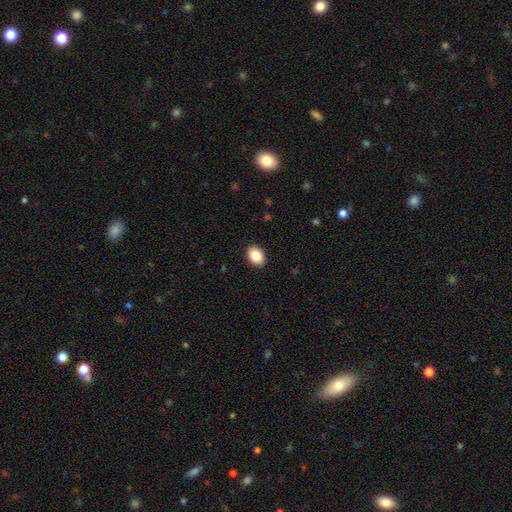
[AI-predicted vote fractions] Q: Smooth or featured?
A: smooth (86%); runner-up: star or artifact (8%)
Q: How rounded?
A: in between (72%); runner-up: round (27%)
Q: Merging?
A: none (91%); runner-up: minor disturbance (7%)